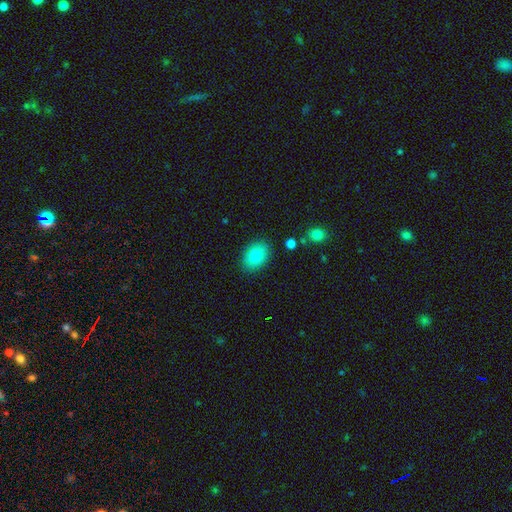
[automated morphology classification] Smooth or featured? Predicted: smooth (p=0.80). How rounded? Predicted: in between (p=0.80). Merging? Predicted: none (p=0.87).